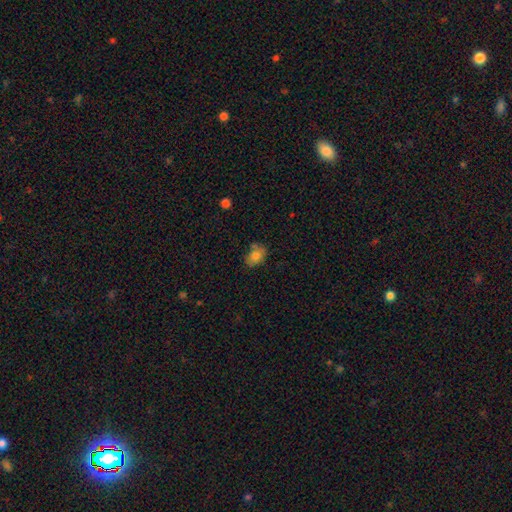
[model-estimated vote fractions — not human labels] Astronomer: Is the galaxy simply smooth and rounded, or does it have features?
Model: smooth — 79%.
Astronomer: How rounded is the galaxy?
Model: in between — 76%.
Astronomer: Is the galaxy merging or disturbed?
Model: none — 63%.